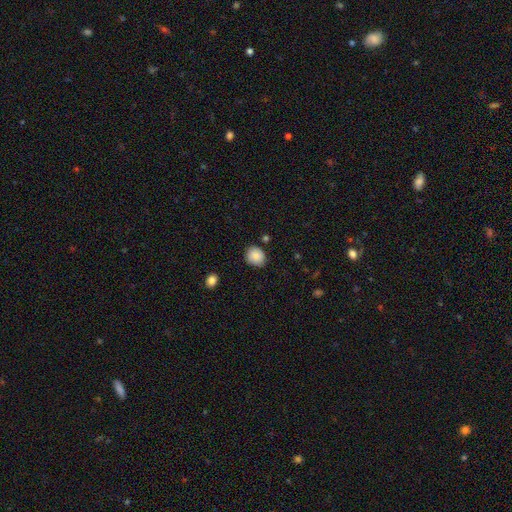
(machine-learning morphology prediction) Smooth or featured? Predicted: smooth (p=0.87). How rounded? Predicted: round (p=0.74). Merging? Predicted: none (p=0.83).